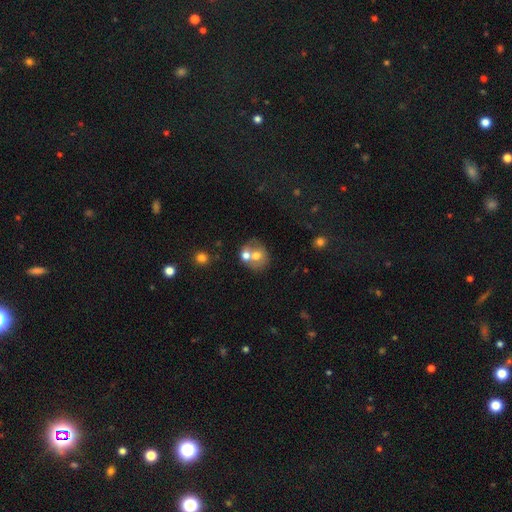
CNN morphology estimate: Smooth or featured? smooth (60%)
How rounded? round (71%)
Merging? merger (53%)